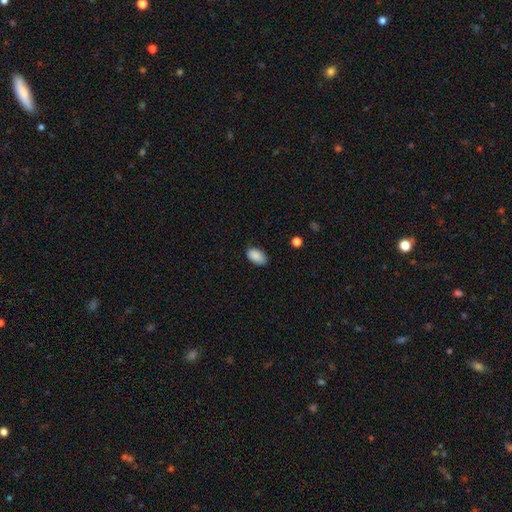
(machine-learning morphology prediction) Smooth or featured? smooth (89%)
How rounded? in between (93%)
Merging? none (80%)